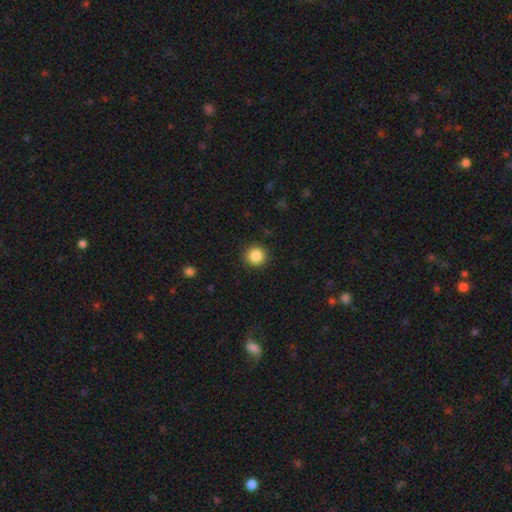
smooth-or-featured: smooth: 90% | featured or disk: 5% | star or artifact: 5%
  how-rounded: round: 100% | in between: 0% | cigar-shaped: 0%
  merging: none: 84% | minor disturbance: 5% | major disturbance: 5% | merger: 5%